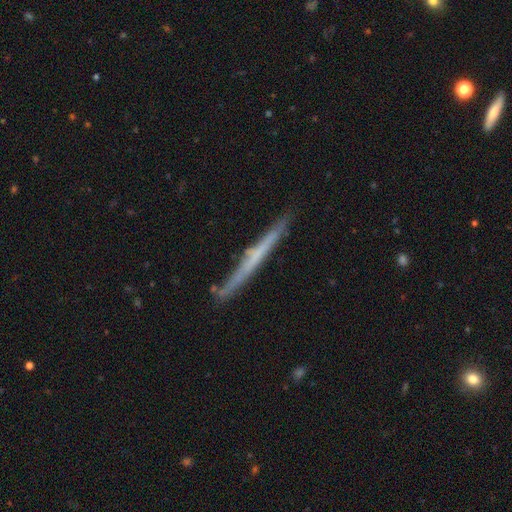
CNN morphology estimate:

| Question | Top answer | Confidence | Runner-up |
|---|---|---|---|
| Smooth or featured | featured or disk | 57% | smooth (36%) |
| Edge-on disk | yes | 96% | no (4%) |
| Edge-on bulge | none | 84% | rounded (10%) |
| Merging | none | 84% | minor disturbance (12%) |